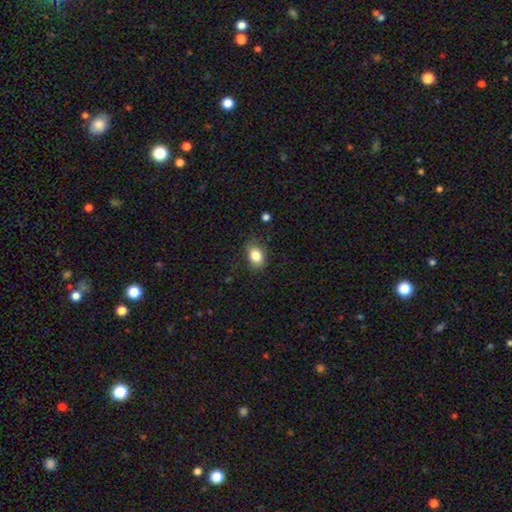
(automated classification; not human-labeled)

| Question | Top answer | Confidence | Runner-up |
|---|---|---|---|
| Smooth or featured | smooth | 83% | star or artifact (9%) |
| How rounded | in between | 74% | round (24%) |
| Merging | none | 77% | minor disturbance (17%) |